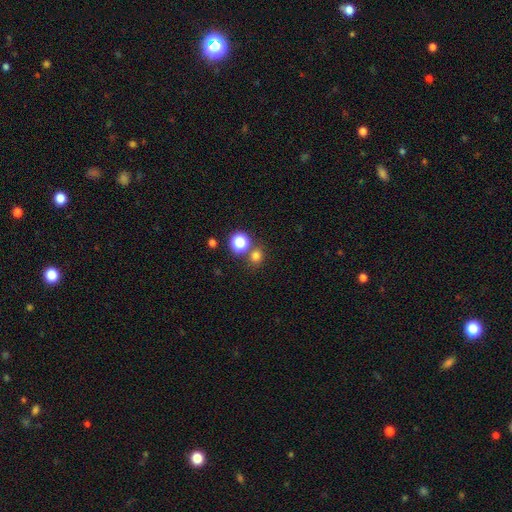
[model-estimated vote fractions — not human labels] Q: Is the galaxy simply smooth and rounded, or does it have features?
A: smooth — 74%.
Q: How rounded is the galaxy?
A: round — 82%.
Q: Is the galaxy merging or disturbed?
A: none — 70%.